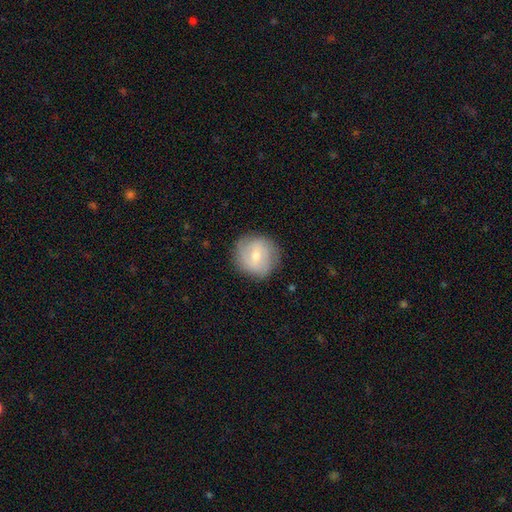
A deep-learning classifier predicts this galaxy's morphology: This appears to be a smooth galaxy with no disk features (57%) that is round (91%). Merging: none (82%).